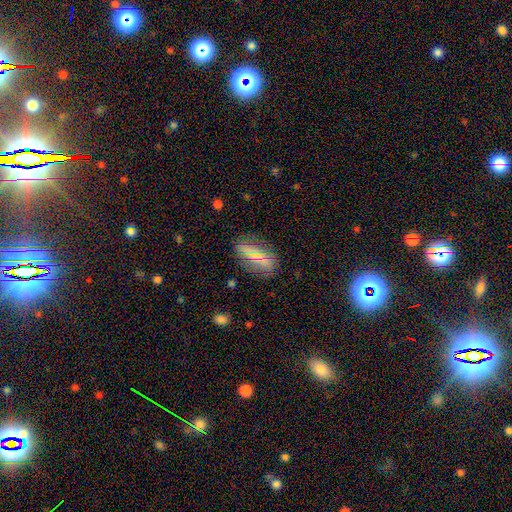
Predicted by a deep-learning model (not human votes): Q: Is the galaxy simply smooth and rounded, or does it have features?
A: smooth — 43%.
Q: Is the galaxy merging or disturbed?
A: none — 71%.